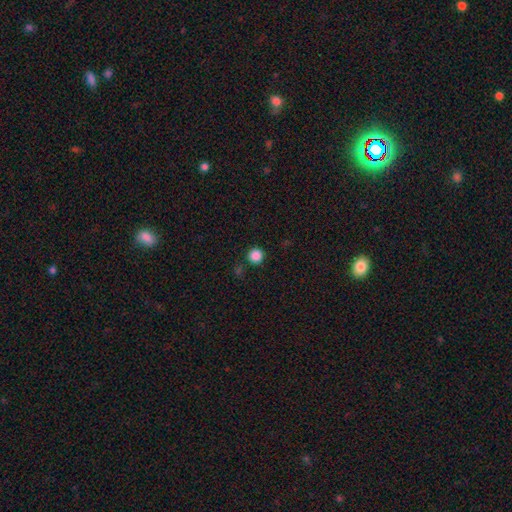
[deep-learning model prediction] smooth_or_featured: smooth (p=0.86) [alt: star or artifact p=0.11]
how_rounded: round (p=0.96) [alt: in between p=0.03]
merging: none (p=0.88) [alt: minor disturbance p=0.06]